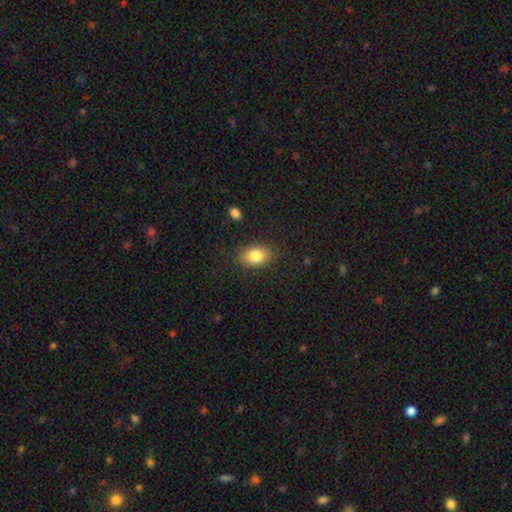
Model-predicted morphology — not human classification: A smooth galaxy with no disk features (82%) that is in between round and cigar-shaped (78%). Merging: none (83%).